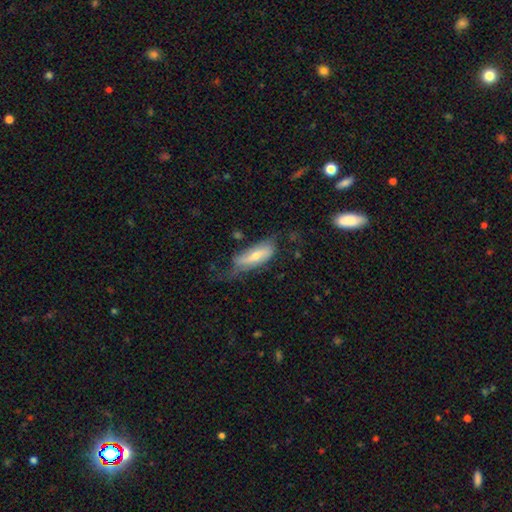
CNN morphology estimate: This is possibly a featured or disk galaxy (50%). It is likely not viewed edge-on (70%). Merging: possibly none (46%).